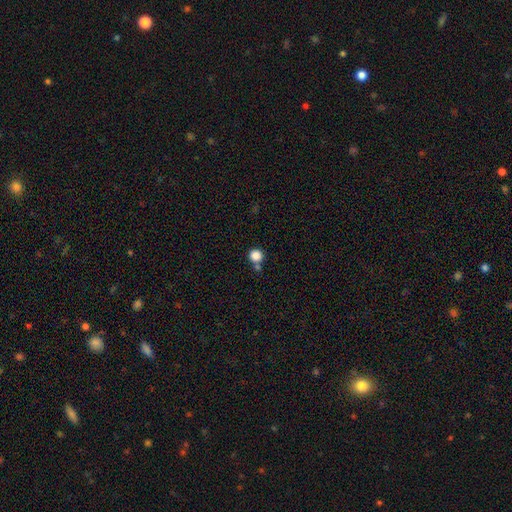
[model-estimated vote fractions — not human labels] This is clearly a smooth galaxy (85%). How rounded: clearly round (92%). Merging: likely none (69%).